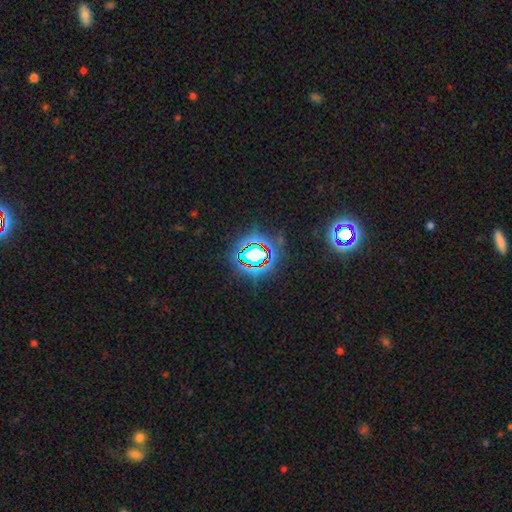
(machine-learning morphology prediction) A star or artifact, not a galaxy (73%).

Vote fractions:
- Smooth or featured? star or artifact: 73% / smooth: 15% / featured or disk: 12%